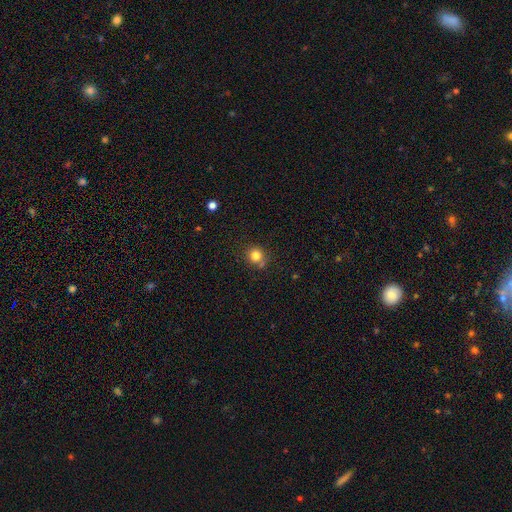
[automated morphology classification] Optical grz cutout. It shows a smooth galaxy with no disk features (81%) that is round (89%). Merging: none (72%).